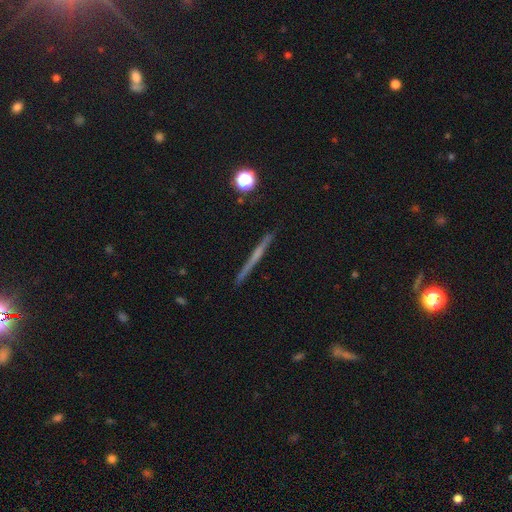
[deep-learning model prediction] The model was most divided on "smooth or featured": featured or disk: 58%, smooth: 34%, star or artifact: 8%. More confident: edge-on disk — yes (98%); merging — none (91%); edge-on bulge — none (76%).